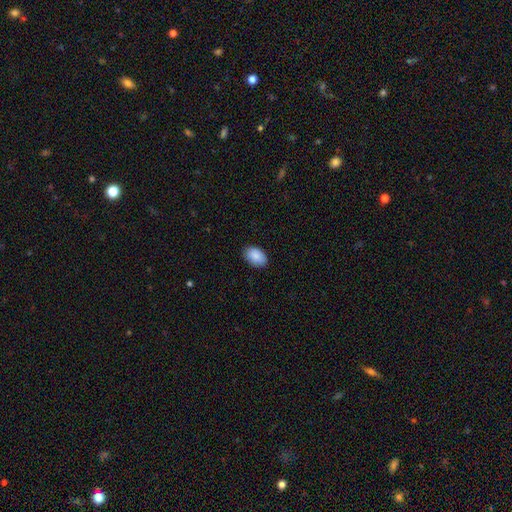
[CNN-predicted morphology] Smooth or featured? smooth (89%)
How rounded? in between (90%)
Merging? none (88%)